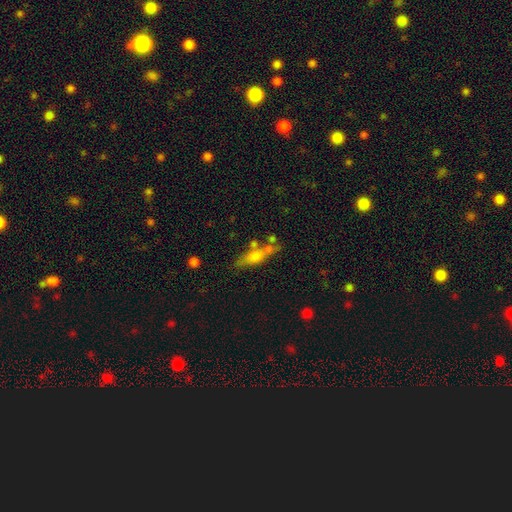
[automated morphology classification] This appears to be a smooth galaxy with no disk features (52%) that is cigar-shaped (56%). Merging: none (56%).